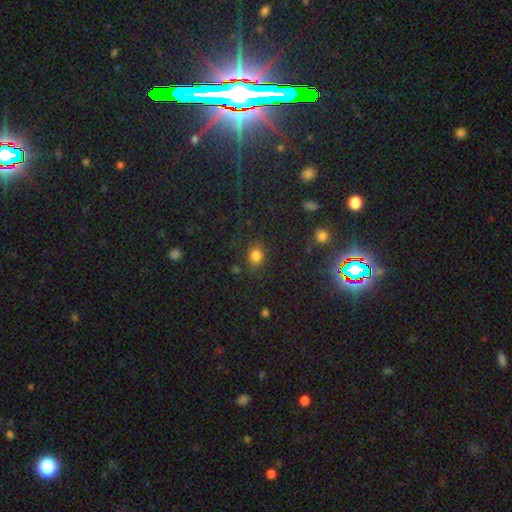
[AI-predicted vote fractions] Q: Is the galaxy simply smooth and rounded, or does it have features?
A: smooth — 77%.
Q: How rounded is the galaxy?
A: round — 61%.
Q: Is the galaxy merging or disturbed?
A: none — 80%.